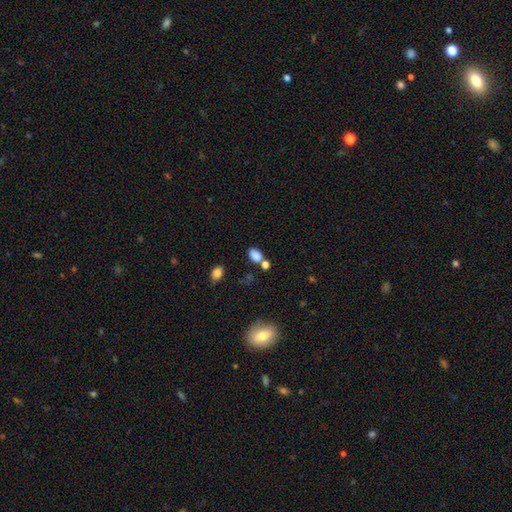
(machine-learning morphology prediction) The model was most divided on "merging": none: 56%, merger: 24%, minor disturbance: 15%, major disturbance: 5%. More confident: how rounded — in between (82%); smooth or featured — smooth (81%).